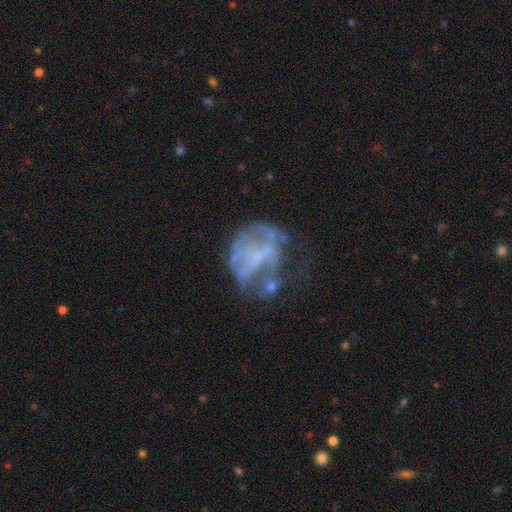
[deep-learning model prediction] This appears to be a featured or disk galaxy (62%) with no bar (70%), no spiral arms (77%) and no central bulge (65%). Merging: none (36%).